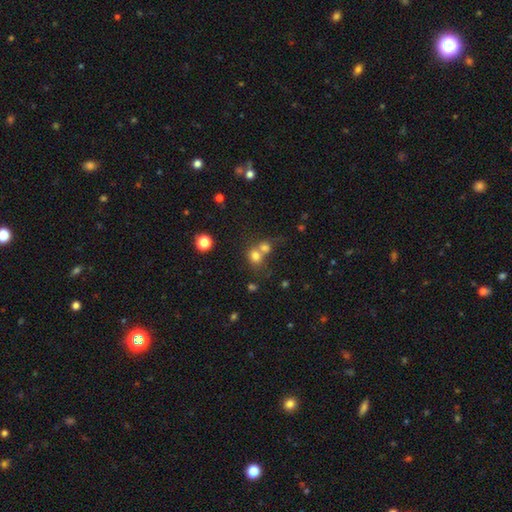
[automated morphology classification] smooth 74%, star or artifact 15%, featured or disk 11%. Down the decision tree: how rounded — round (74%); merging — merger (53%).